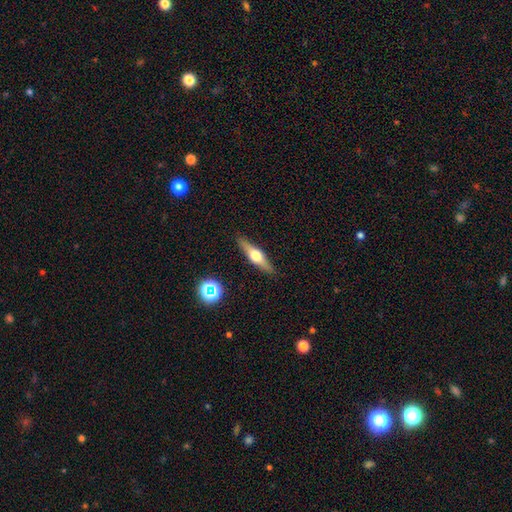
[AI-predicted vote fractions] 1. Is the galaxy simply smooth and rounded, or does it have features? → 63% featured or disk, 30% smooth, 7% star or artifact.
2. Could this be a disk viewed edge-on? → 95% yes, 5% no.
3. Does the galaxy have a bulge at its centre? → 95% rounded, 3% boxy, 2% none.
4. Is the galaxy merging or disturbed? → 89% none, 7% minor disturbance, 2% major disturbance, 1% merger.